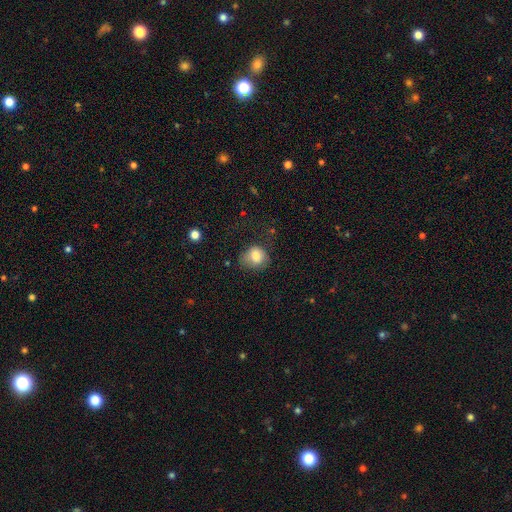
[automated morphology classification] This appears to be a smooth galaxy with no disk features (79%) that is round (60%). Merging: none (50%).